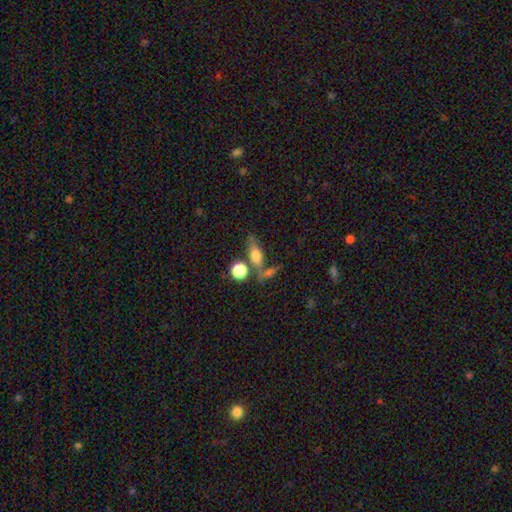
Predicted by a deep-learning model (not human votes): smooth_or_featured: smooth (p=0.62) [alt: featured or disk p=0.26]
how_rounded: in between (p=0.55) [alt: cigar-shaped p=0.28]
merging: none (p=0.55) [alt: merger p=0.23]